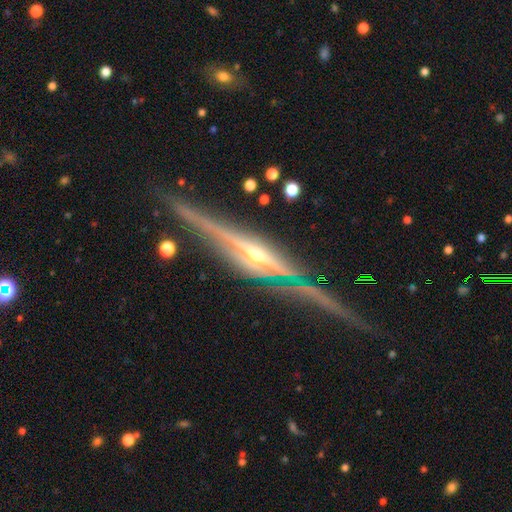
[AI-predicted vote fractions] A featured or disk galaxy (89%) viewed edge-on (93%) with a rounded central bulge (84%). Merging: none (65%).